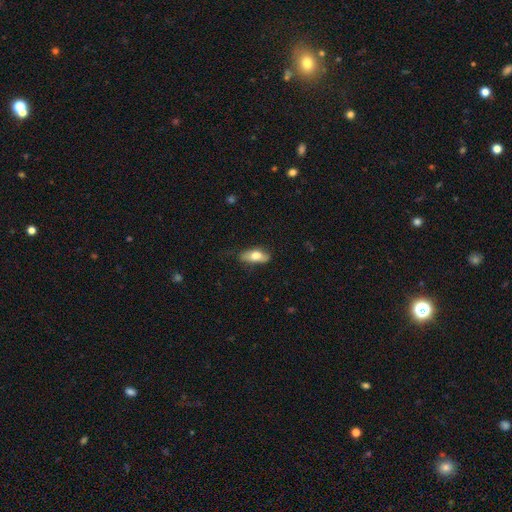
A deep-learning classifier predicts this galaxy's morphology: Q: Smooth or featured?
A: smooth (69%); runner-up: featured or disk (24%)
Q: How rounded?
A: in between (80%); runner-up: cigar-shaped (17%)
Q: Merging?
A: none (71%); runner-up: minor disturbance (22%)